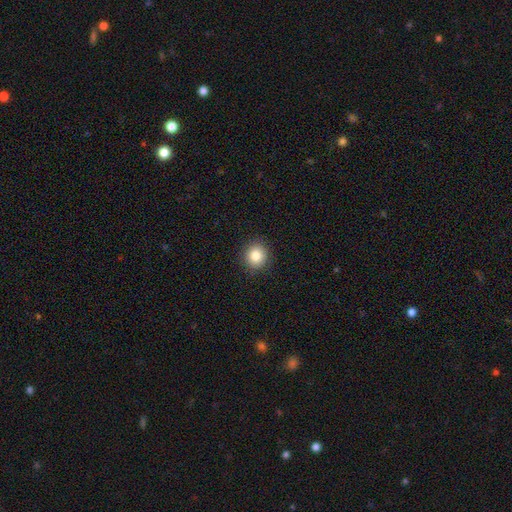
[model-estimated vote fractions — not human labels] Smooth or featured? smooth (84%)
How rounded? round (85%)
Merging? none (90%)